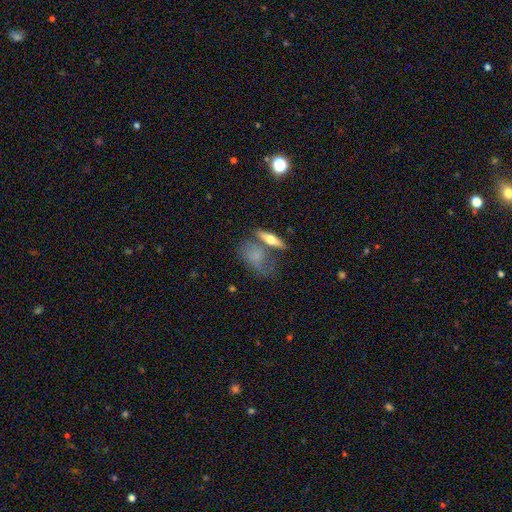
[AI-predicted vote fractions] smooth_or_featured: smooth (p=0.57) [alt: featured or disk p=0.33]
how_rounded: in between (p=0.68) [alt: cigar-shaped p=0.18]
merging: none (p=0.45) [alt: merger p=0.23]